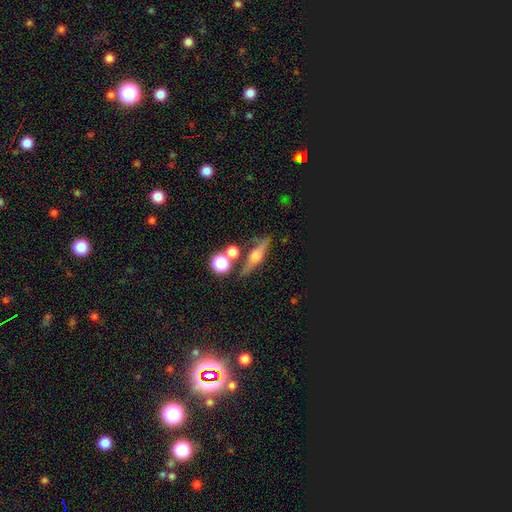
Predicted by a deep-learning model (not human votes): This is likely a featured or disk galaxy (64%). It is clearly viewed edge-on (91%). Edge-on bulge: clearly rounded (91%). Merging: likely none (76%).